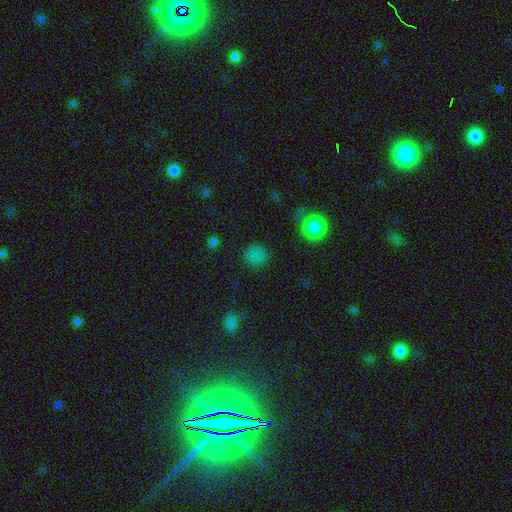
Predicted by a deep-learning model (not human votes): Overall: smooth (78%). How rounded: round (89%). Merging: none (87%).